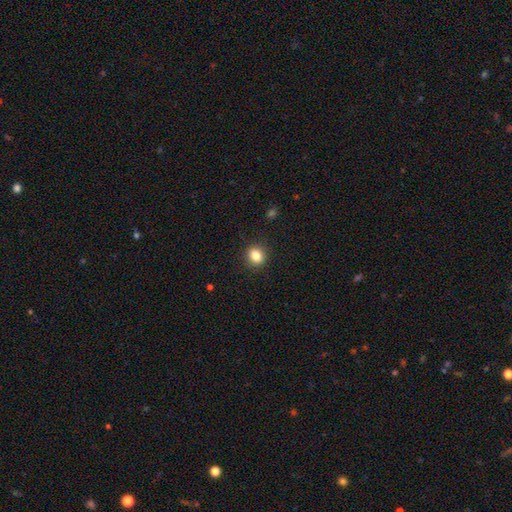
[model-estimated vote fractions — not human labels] Morphology: type=smooth (84%); roundness=round (71%); merging=none (90%).